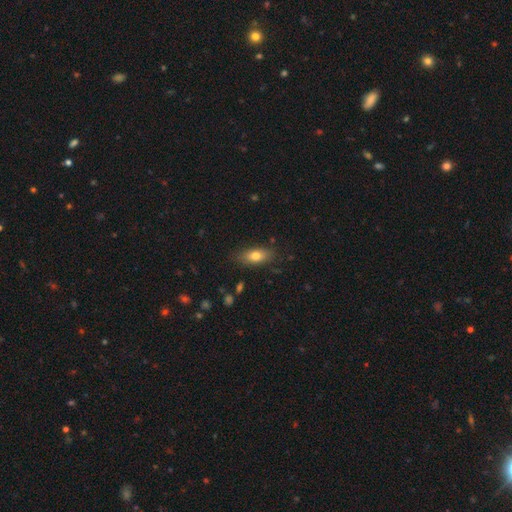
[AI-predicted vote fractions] The model was most divided on "smooth or featured": smooth: 76%, featured or disk: 17%, star or artifact: 8%. More confident: merging — none (81%); how rounded — in between (81%).